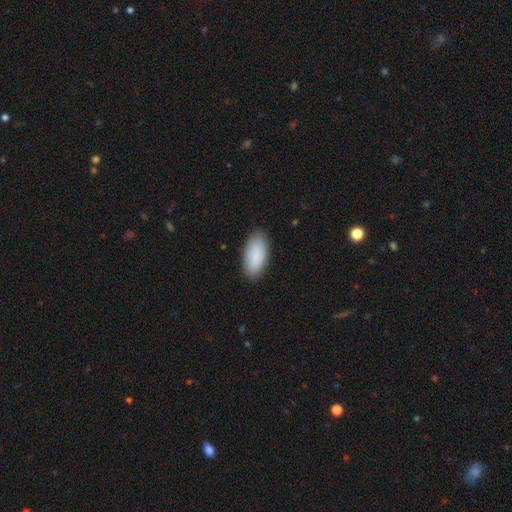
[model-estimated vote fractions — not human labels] A smooth galaxy with no disk features (87%) that is in between round and cigar-shaped (92%). Merging: none (86%).